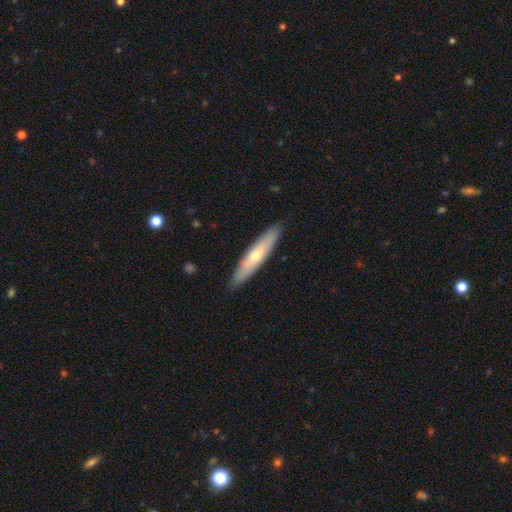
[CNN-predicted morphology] type=smooth (52%); roundness=cigar-shaped (85%); merging=none (89%).